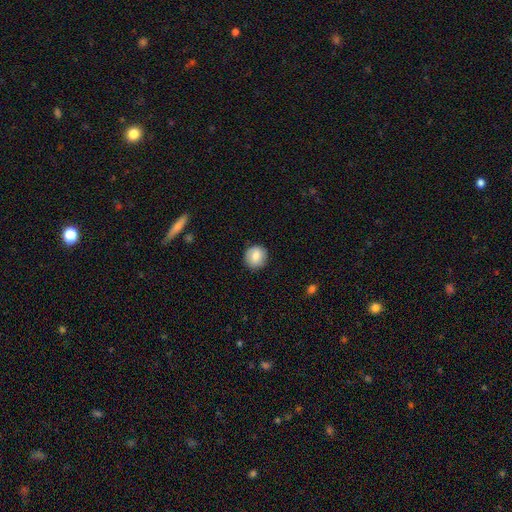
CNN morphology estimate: Smooth or featured?
  - smooth: 77% *
  - featured or disk: 16%
  - star or artifact: 8%
How rounded?
  - round: 88% *
  - in between: 11%
  - cigar-shaped: 1%
Merging?
  - none: 86% *
  - minor disturbance: 10%
  - major disturbance: 3%
  - merger: 1%